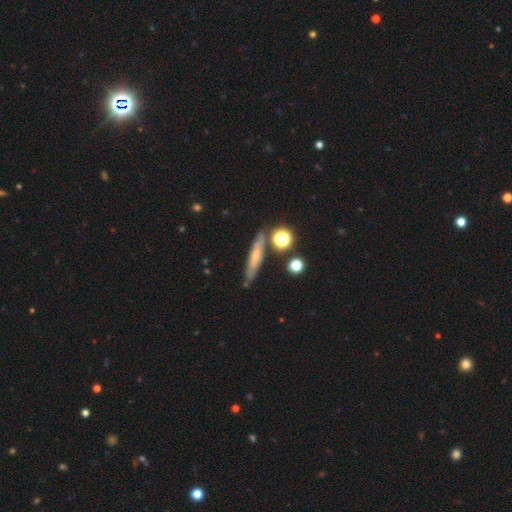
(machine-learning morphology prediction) A featured or disk galaxy (47%). Merging: none (75%).